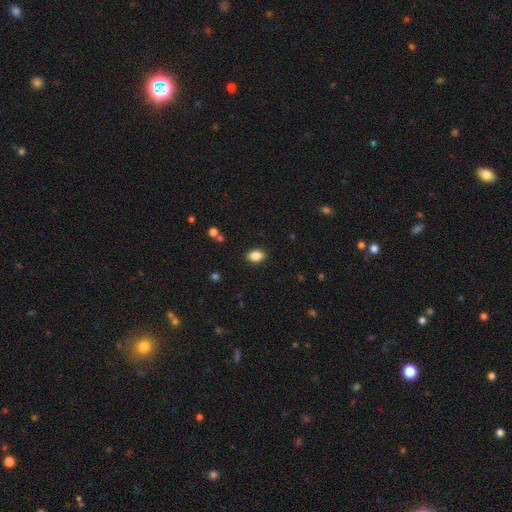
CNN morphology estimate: smooth_or_featured: smooth (p=0.85) [alt: star or artifact p=0.09]
how_rounded: in between (p=0.84) [alt: round p=0.15]
merging: none (p=0.88) [alt: minor disturbance p=0.09]